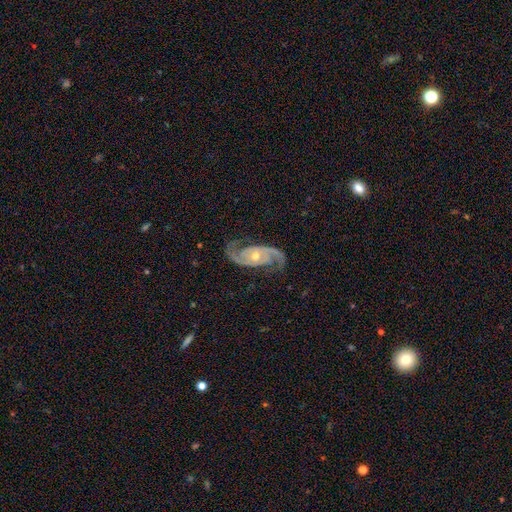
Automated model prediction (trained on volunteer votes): Smooth or featured? Predicted: featured or disk (p=0.92). Edge-on disk? Predicted: no (p=0.97). Bar? Predicted: no (p=0.64). Spiral arms? Predicted: yes (p=0.98). Spiral winding? Predicted: medium (p=0.55). Spiral arm count? Predicted: 2 (p=0.92). Bulge size? Predicted: moderate (p=0.55). Merging? Predicted: none (p=0.81).